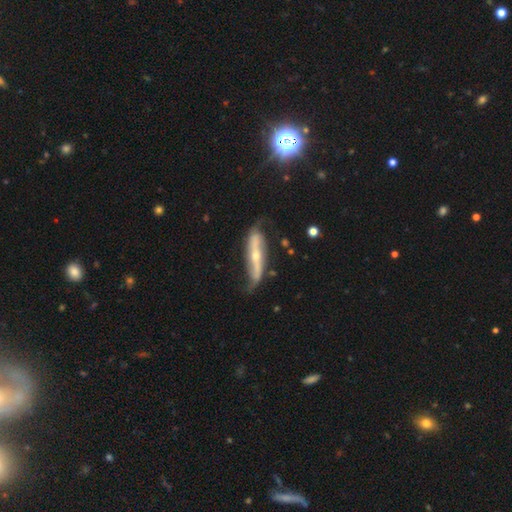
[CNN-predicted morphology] A featured or disk galaxy (78%).

Vote fractions:
- Smooth or featured? featured or disk: 78% / smooth: 16% / star or artifact: 7%
- Edge-on disk? no: 58% / yes: 42%
- Merging? none: 60% / minor disturbance: 28% / major disturbance: 10% / merger: 3%